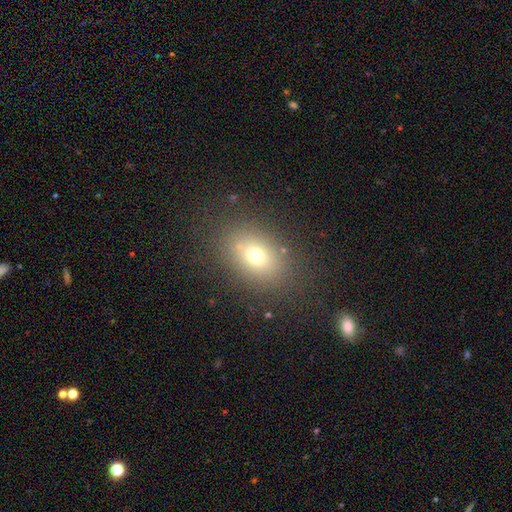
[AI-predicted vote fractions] Q: Smooth or featured?
A: smooth (69%); runner-up: star or artifact (16%)
Q: How rounded?
A: in between (70%); runner-up: round (29%)
Q: Merging?
A: none (81%); runner-up: minor disturbance (11%)